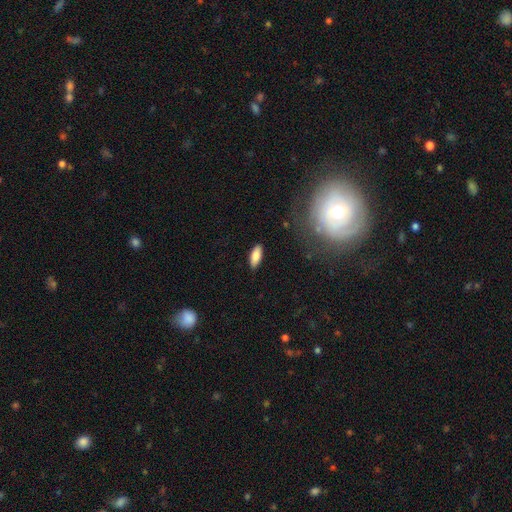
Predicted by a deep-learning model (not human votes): Smooth or featured? Predicted: smooth (p=0.82). How rounded? Predicted: in between (p=0.76). Merging? Predicted: none (p=0.88).